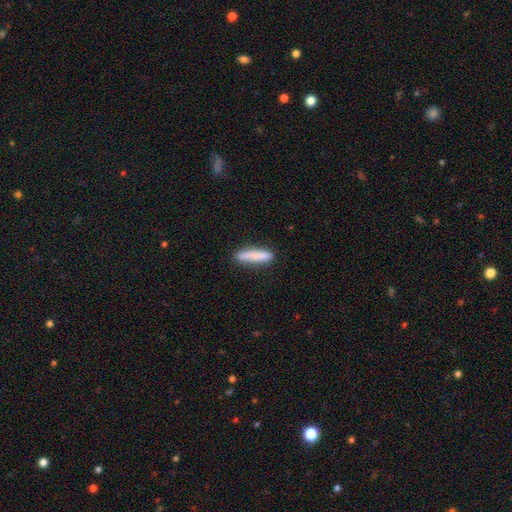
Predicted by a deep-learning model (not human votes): A smooth galaxy with no disk features (81%) that is cigar-shaped (88%).

Vote fractions:
- Smooth or featured? smooth: 81% / featured or disk: 13% / star or artifact: 6%
- How rounded? cigar-shaped: 88% / in between: 11% / round: 1%
- Merging? none: 87% / minor disturbance: 10% / major disturbance: 2% / merger: 2%